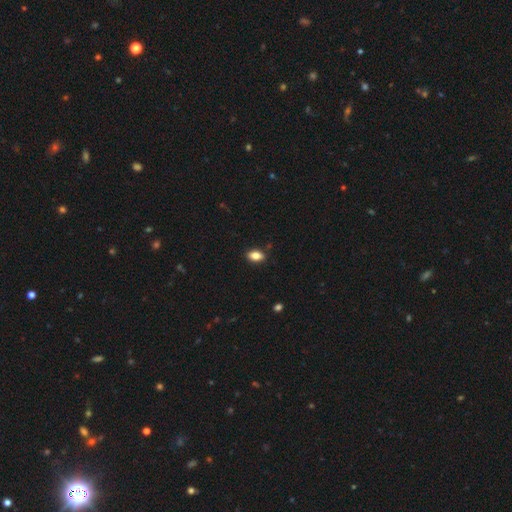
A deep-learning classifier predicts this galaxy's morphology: This is clearly a smooth galaxy (83%). How rounded: clearly in between (88%). Merging: clearly none (87%).